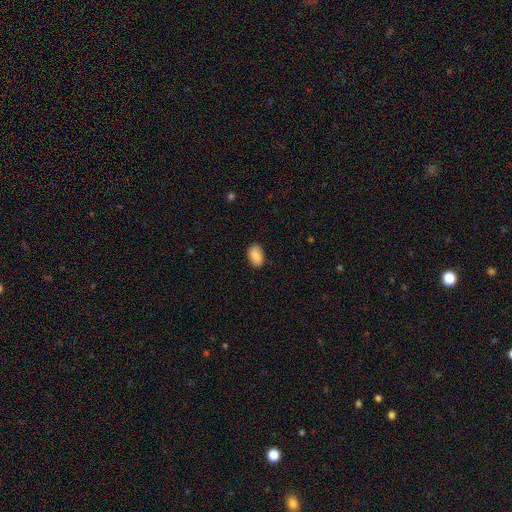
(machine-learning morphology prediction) Smooth or featured?
  - smooth: 89% *
  - star or artifact: 7%
  - featured or disk: 4%
How rounded?
  - in between: 92% *
  - round: 6%
  - cigar-shaped: 1%
Merging?
  - none: 84% *
  - minor disturbance: 13%
  - major disturbance: 3%
  - merger: 1%